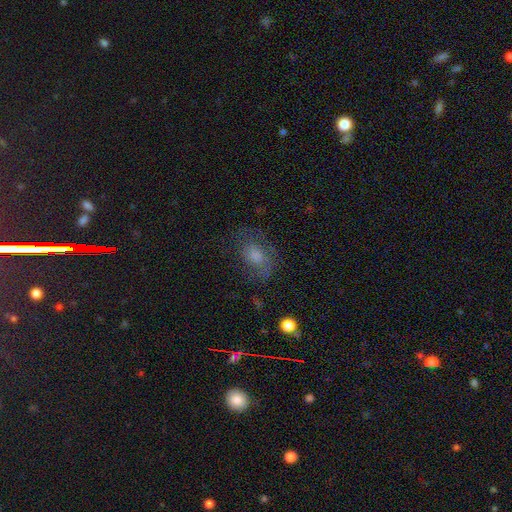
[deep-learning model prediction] This appears to be a featured or disk galaxy (42%). Merging: none (61%).